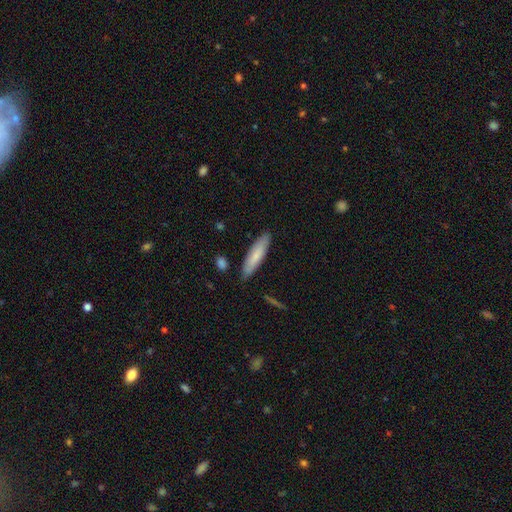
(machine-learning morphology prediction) type=smooth (75%); roundness=cigar-shaped (77%); merging=none (86%).